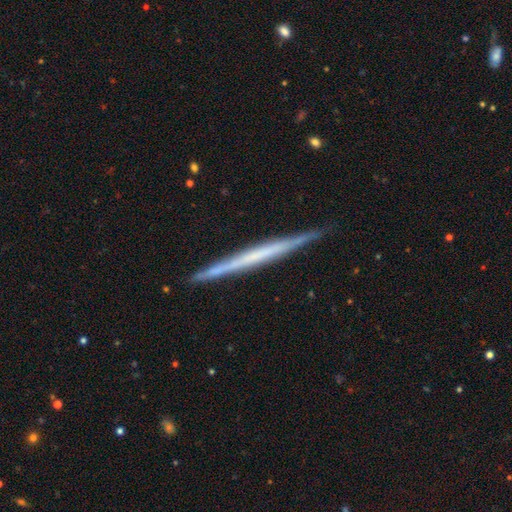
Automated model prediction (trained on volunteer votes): This is likely a featured or disk galaxy (65%). It is clearly viewed edge-on (98%). Edge-on bulge: clearly none (87%). Merging: clearly none (88%).